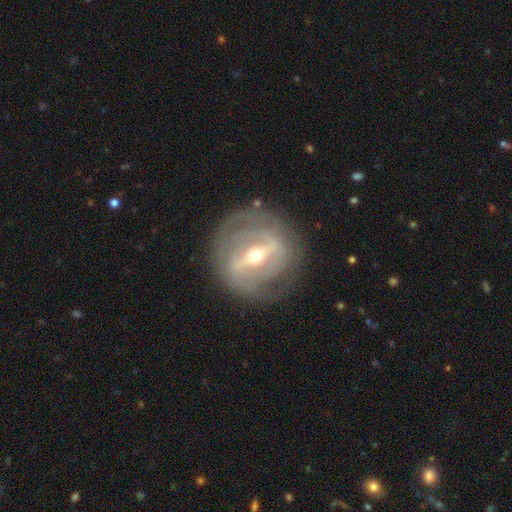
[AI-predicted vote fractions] This appears to be a featured or disk galaxy (84%) with a strong bar (67%), 2 (46%) tight (58%) spiral arms (75%) and a moderate central bulge (54%). Merging: none (81%).